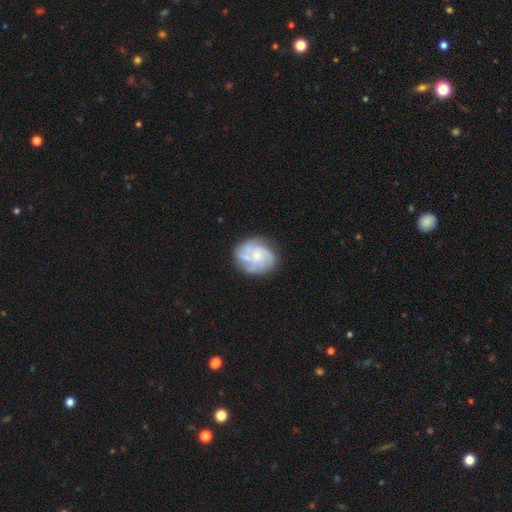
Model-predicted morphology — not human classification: A featured or disk galaxy (70%) with no bar (78%), 3 (35%) tight (46%) spiral arms (86%) and a small central bulge (62%).

Vote fractions:
- Smooth or featured? featured or disk: 70% / smooth: 23% / star or artifact: 7%
- Edge-on disk? no: 98% / yes: 2%
- Bar? no: 78% / weak: 19% / strong: 3%
- Spiral arms? yes: 86% / no: 14%
- Spiral winding? tight: 46% / medium: 39% / loose: 15%
- Spiral arm count? 3: 35% / 4: 24% / can't tell: 23% / 2: 9% / more than 4: 5% / 1: 4%
- Bulge size? small: 62% / moderate: 31% / none: 4% / large: 2% / dominant: 1%
- Merging? none: 67% / minor disturbance: 19% / major disturbance: 8% / merger: 6%